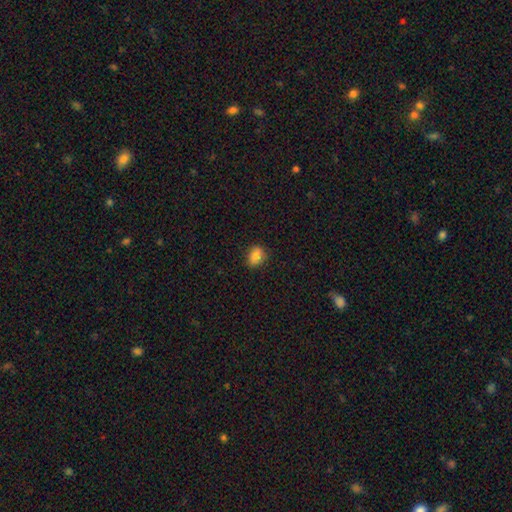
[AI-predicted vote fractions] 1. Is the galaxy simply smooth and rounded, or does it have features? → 85% smooth, 9% star or artifact, 6% featured or disk.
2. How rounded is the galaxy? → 62% in between, 36% round, 1% cigar-shaped.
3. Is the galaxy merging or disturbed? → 83% none, 13% minor disturbance, 3% major disturbance, 1% merger.